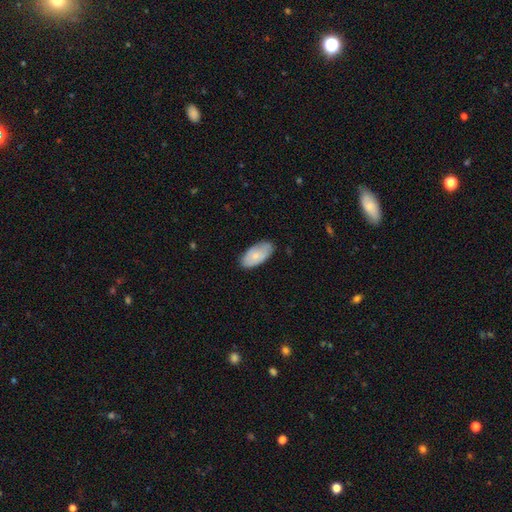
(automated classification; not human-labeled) Smooth or featured: smooth — 70% (featured or disk — 24%)
How rounded: in between — 94% (cigar-shaped — 3%)
Merging: none — 78% (minor disturbance — 18%)